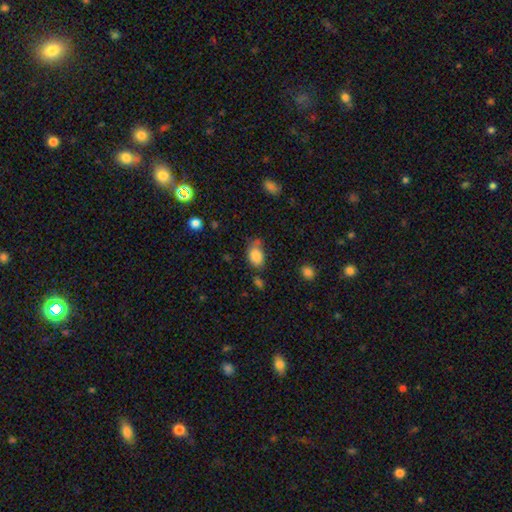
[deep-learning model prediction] The model was most divided on "merging": none: 56%, minor disturbance: 26%, merger: 11%, major disturbance: 7%. More confident: smooth or featured — smooth (84%); how rounded — in between (83%).